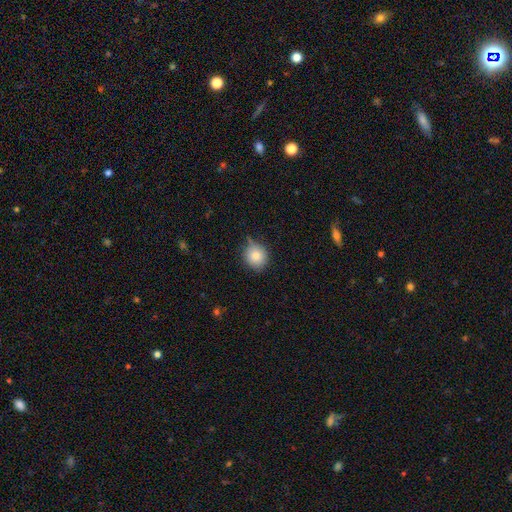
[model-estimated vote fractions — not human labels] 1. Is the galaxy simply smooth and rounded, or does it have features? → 80% smooth, 10% featured or disk, 10% star or artifact.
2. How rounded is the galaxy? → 87% round, 12% in between, 1% cigar-shaped.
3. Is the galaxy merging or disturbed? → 67% none, 26% minor disturbance, 5% major disturbance, 2% merger.